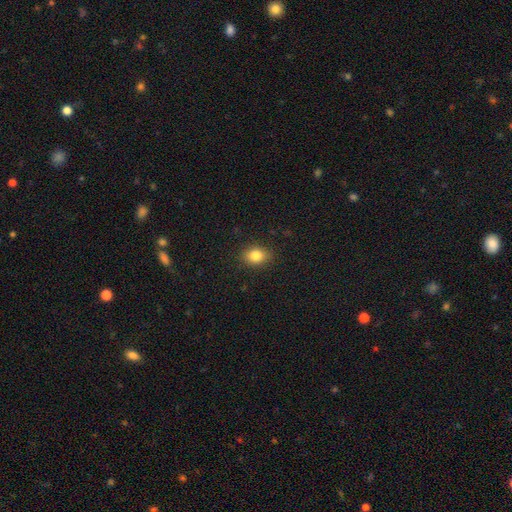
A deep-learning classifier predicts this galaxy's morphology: Smooth or featured? smooth (83%)
How rounded? in between (56%)
Merging? none (87%)